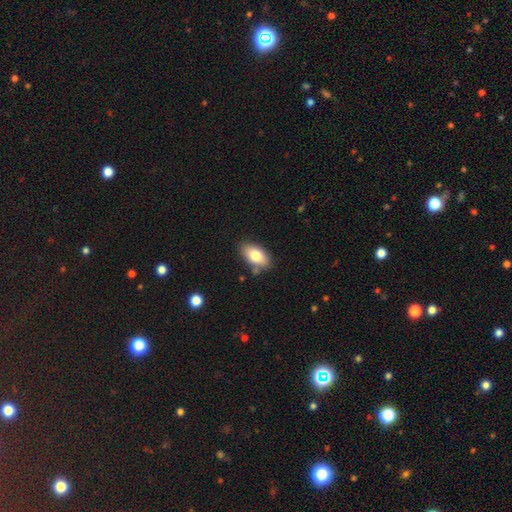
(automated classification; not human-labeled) smooth-or-featured: smooth: 78% | featured or disk: 15% | star or artifact: 8%
  how-rounded: in between: 92% | round: 5% | cigar-shaped: 3%
  merging: none: 79% | minor disturbance: 13% | merger: 4% | major disturbance: 3%